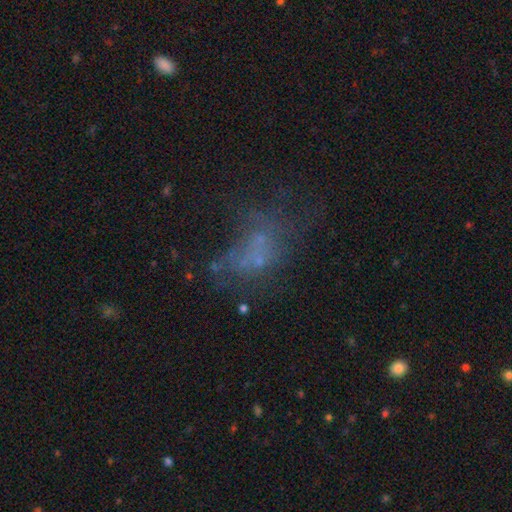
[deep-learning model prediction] The model was most divided on "merging": none: 37%, major disturbance: 33%, minor disturbance: 16%, merger: 14%. Remaining: smooth or featured — featured or disk (40%).